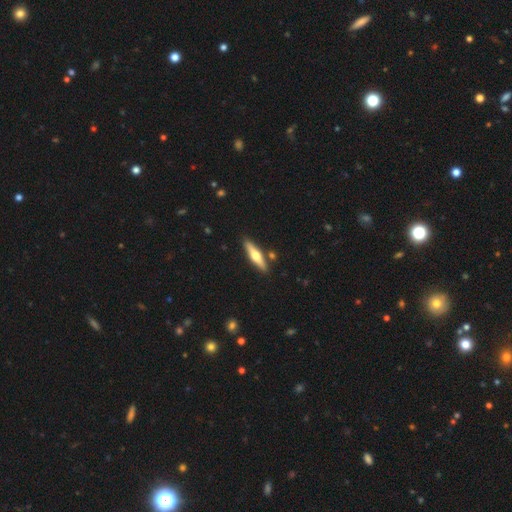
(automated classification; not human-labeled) featured or disk 53%, smooth 42%, star or artifact 5%. Down the decision tree: edge-on disk — yes (94%); merging — none (86%).